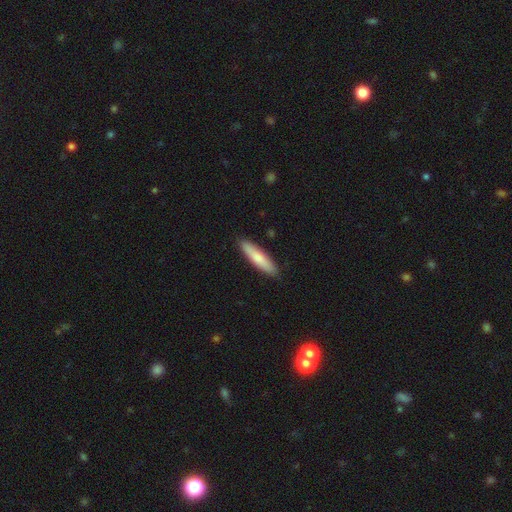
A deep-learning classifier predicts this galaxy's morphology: This appears to be a smooth galaxy with no disk features (72%) that is cigar-shaped (80%). Merging: none (90%).